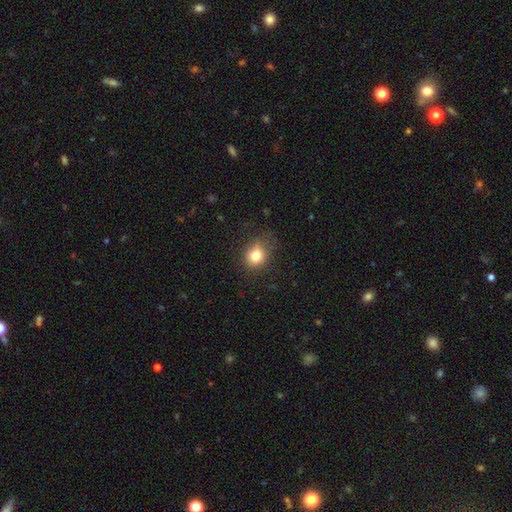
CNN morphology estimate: A smooth galaxy with no disk features (81%) that is round (65%). Merging: none (70%).